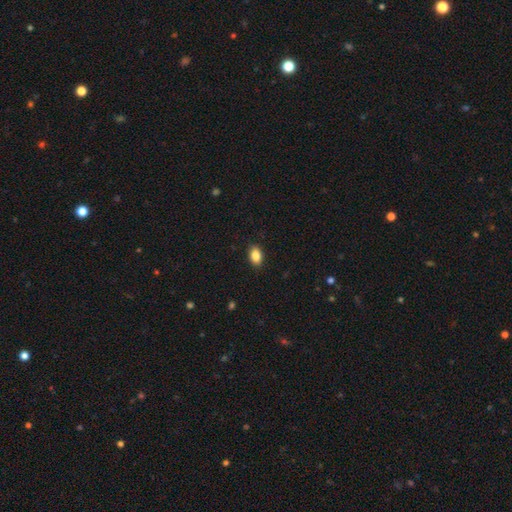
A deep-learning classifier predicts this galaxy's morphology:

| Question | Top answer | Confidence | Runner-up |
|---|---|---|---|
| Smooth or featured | smooth | 87% | star or artifact (8%) |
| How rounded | in between | 87% | round (12%) |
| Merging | none | 89% | minor disturbance (8%) |